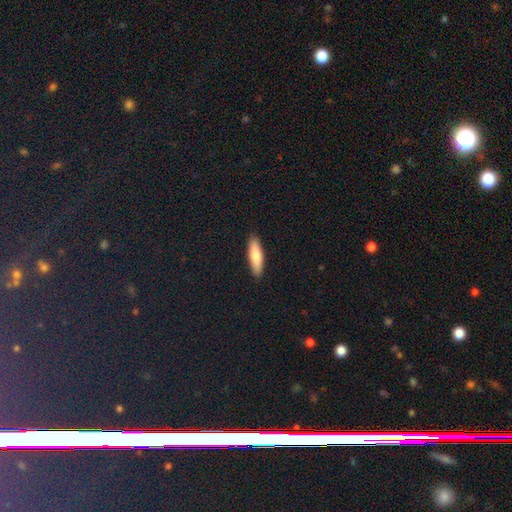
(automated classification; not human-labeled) Smooth or featured?
  - smooth: 78% *
  - featured or disk: 17%
  - star or artifact: 5%
How rounded?
  - cigar-shaped: 67% *
  - in between: 31%
  - round: 2%
Merging?
  - none: 91% *
  - minor disturbance: 7%
  - major disturbance: 1%
  - merger: 1%